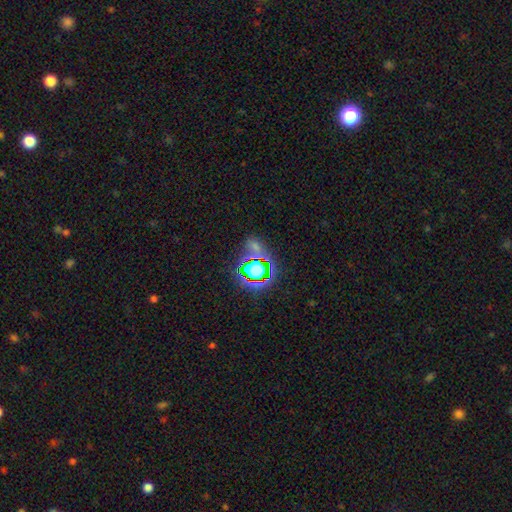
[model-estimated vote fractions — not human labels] star or artifact 76%, smooth 16%, featured or disk 9%.